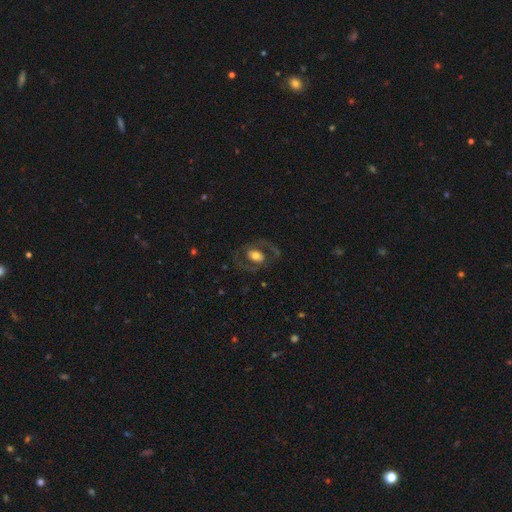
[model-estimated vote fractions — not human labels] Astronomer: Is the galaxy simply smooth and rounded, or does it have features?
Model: featured or disk — 58% (runner-up: smooth, 36%).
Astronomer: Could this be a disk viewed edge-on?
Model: no — 94%.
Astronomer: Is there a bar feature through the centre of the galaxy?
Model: no — 67%.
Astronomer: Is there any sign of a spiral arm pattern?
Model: no — 59% (runner-up: yes, 41%).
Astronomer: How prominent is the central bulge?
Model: moderate — 55%.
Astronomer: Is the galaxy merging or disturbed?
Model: none — 72%.